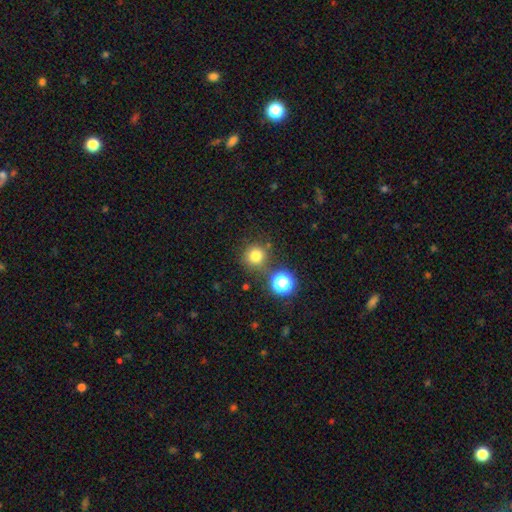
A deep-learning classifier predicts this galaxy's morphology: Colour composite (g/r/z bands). It shows a smooth galaxy with no disk features (76%) that is round (93%). Merging: none (78%).